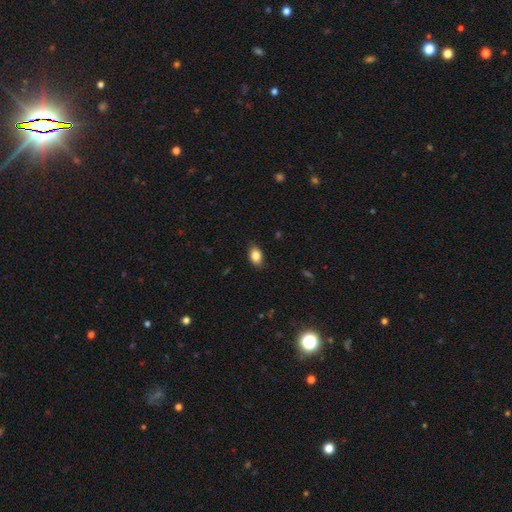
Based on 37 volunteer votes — smooth 92%, featured or disk 5%, star or artifact 3%. Down the decision tree: how rounded — in between (74%); merging — none (83%).